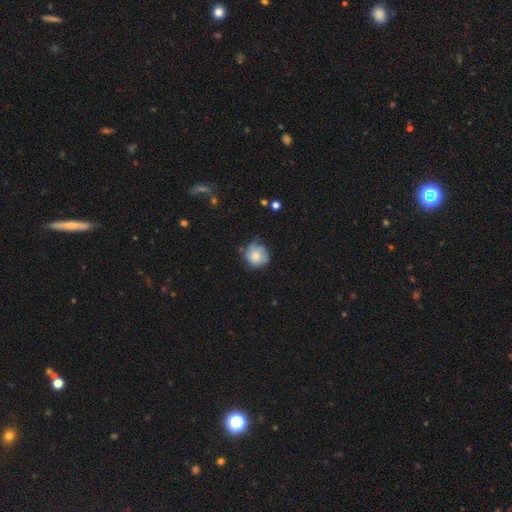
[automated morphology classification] smooth-or-featured: smooth: 78% | featured or disk: 13% | star or artifact: 8%
  how-rounded: round: 86% | in between: 13% | cigar-shaped: 1%
  merging: none: 56% | minor disturbance: 34% | major disturbance: 7% | merger: 2%